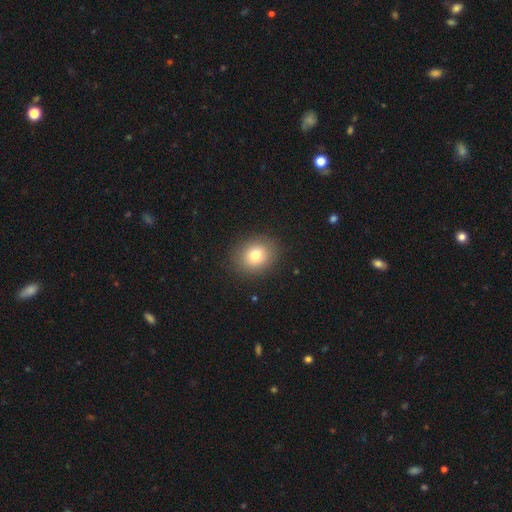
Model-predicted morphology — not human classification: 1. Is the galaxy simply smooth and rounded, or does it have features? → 76% smooth, 12% star or artifact, 12% featured or disk.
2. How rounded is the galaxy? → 70% round, 29% in between, 1% cigar-shaped.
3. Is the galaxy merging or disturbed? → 88% none, 8% minor disturbance, 3% major disturbance, 1% merger.